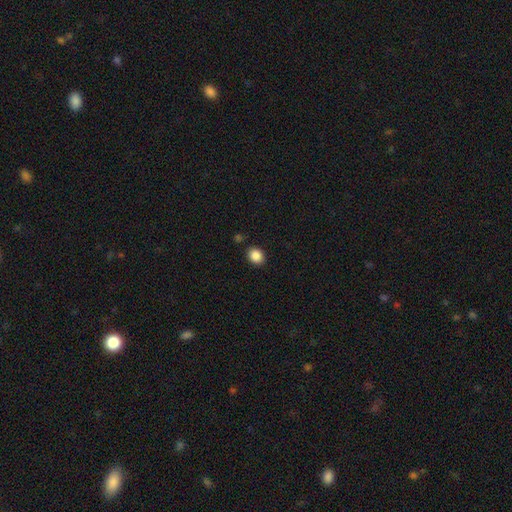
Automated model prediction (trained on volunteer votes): Smooth or featured? Predicted: smooth (p=0.87). How rounded? Predicted: round (p=0.57). Merging? Predicted: none (p=0.87).